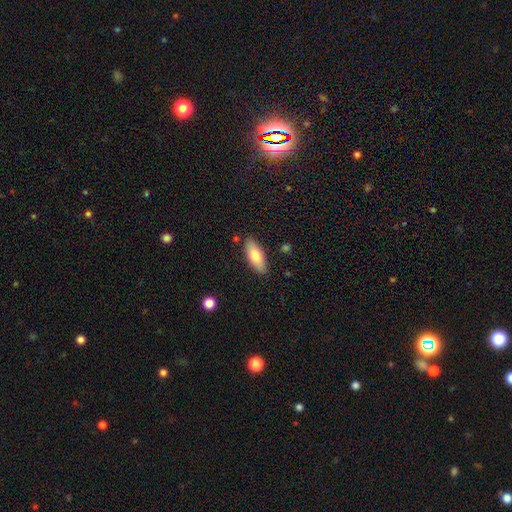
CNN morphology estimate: Q: Smooth or featured?
A: smooth (73%); runner-up: featured or disk (20%)
Q: How rounded?
A: in between (77%); runner-up: cigar-shaped (21%)
Q: Merging?
A: none (86%); runner-up: minor disturbance (10%)